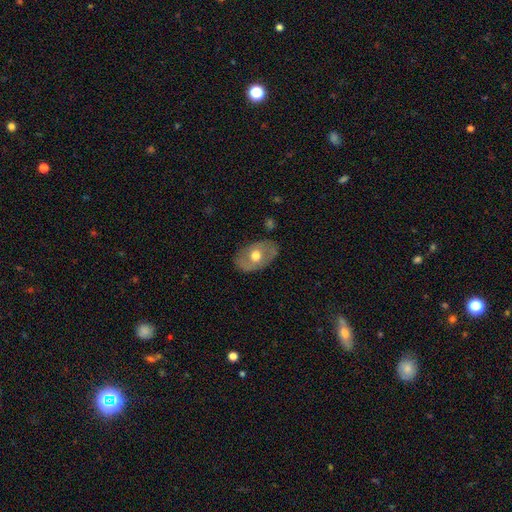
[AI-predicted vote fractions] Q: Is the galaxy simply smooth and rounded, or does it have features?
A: smooth — 49%.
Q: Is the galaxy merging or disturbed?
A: none — 79%.